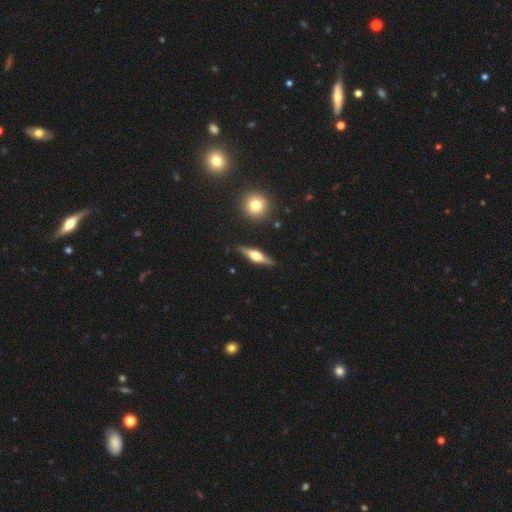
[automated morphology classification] type=featured or disk (64%); edge-on=yes (95%); edge-on bulge=rounded (91%); merging=none (87%).